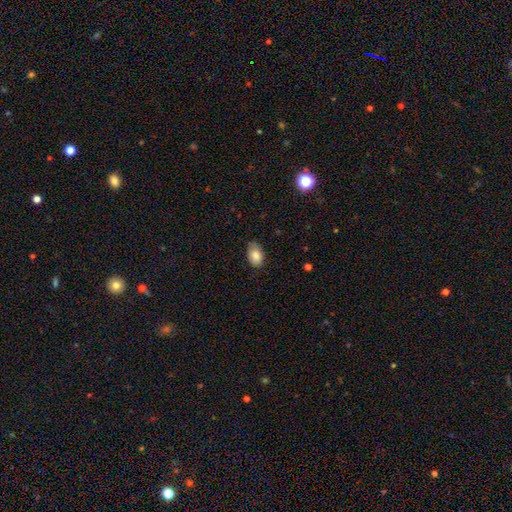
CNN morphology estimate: Q: Smooth or featured?
A: smooth (84%); runner-up: featured or disk (9%)
Q: How rounded?
A: in between (88%); runner-up: round (10%)
Q: Merging?
A: none (76%); runner-up: minor disturbance (20%)